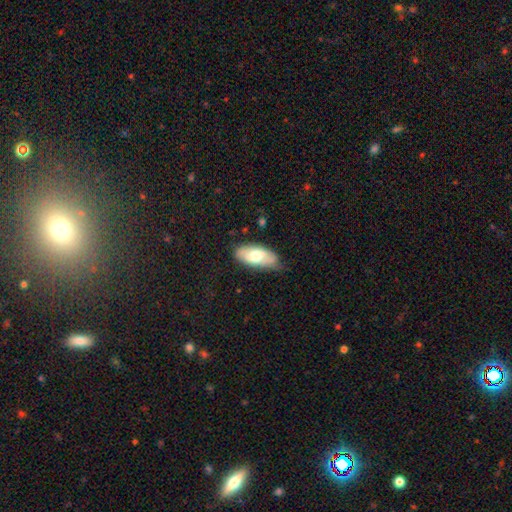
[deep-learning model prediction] Smooth or featured? Predicted: smooth (p=0.68). How rounded? Predicted: in between (p=0.88). Merging? Predicted: none (p=0.70).